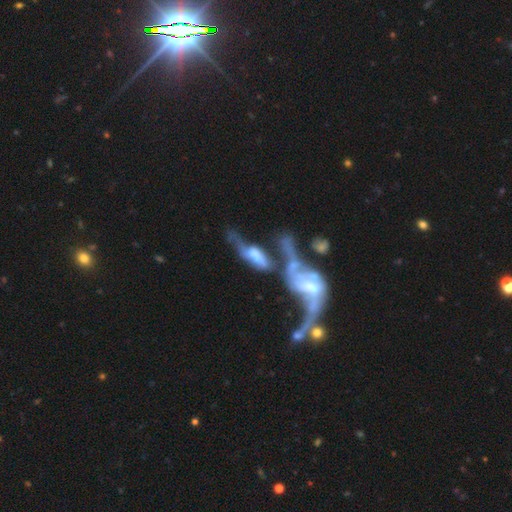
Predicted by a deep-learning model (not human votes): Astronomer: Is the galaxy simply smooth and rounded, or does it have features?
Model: featured or disk — 62%.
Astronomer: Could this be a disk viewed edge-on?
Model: no — 79%.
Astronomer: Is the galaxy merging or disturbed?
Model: merger — 62%.